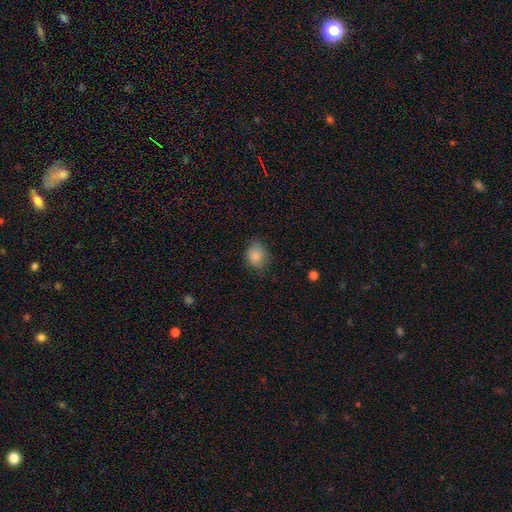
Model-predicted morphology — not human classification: Smooth or featured: smooth — 85% (star or artifact — 9%)
How rounded: round — 51% (in between — 48%)
Merging: none — 73% (minor disturbance — 21%)